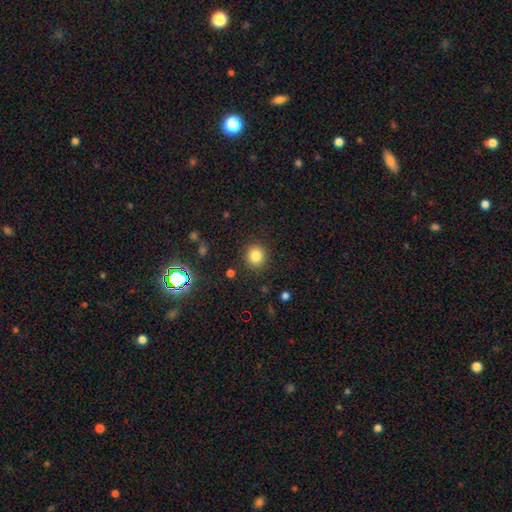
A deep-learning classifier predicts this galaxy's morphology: Smooth or featured? Predicted: smooth (p=0.82). How rounded? Predicted: round (p=0.88). Merging? Predicted: none (p=0.90).